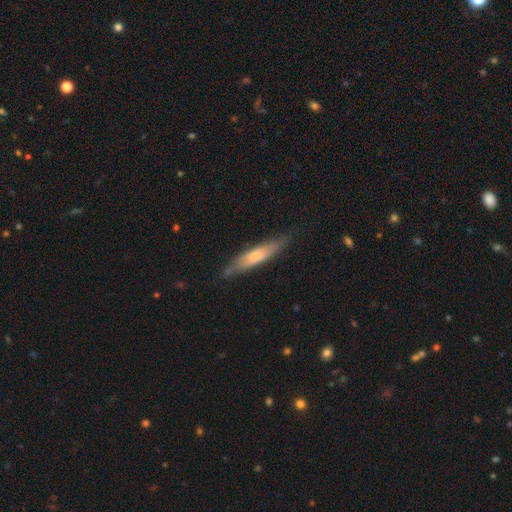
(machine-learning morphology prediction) Smooth or featured: smooth — 55% (featured or disk — 39%)
How rounded: cigar-shaped — 86% (in between — 13%)
Merging: none — 78% (minor disturbance — 17%)